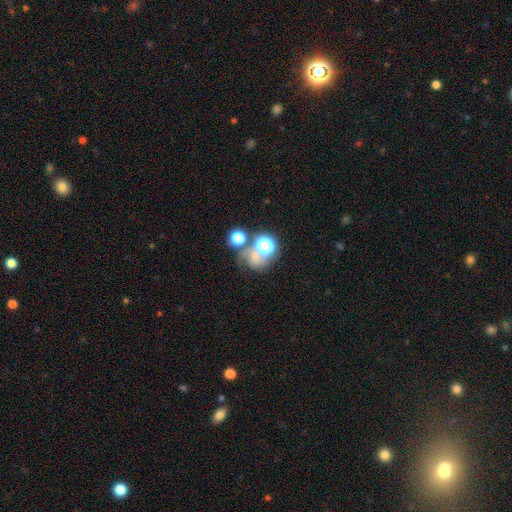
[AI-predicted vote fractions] Smooth or featured? star or artifact (43%)